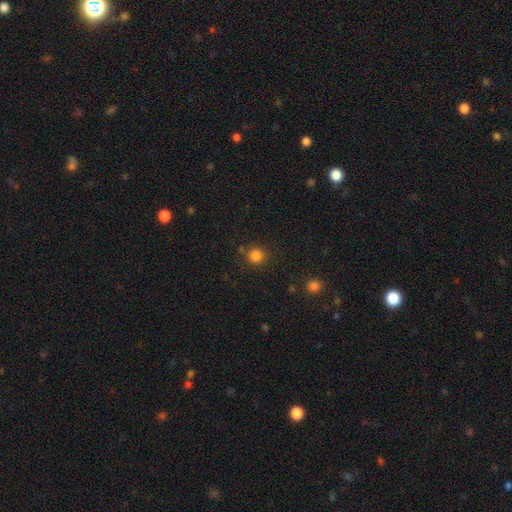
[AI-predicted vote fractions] smooth_or_featured: smooth (p=0.83) [alt: star or artifact p=0.13]
how_rounded: round (p=0.91) [alt: in between p=0.08]
merging: none (p=0.82) [alt: minor disturbance p=0.09]